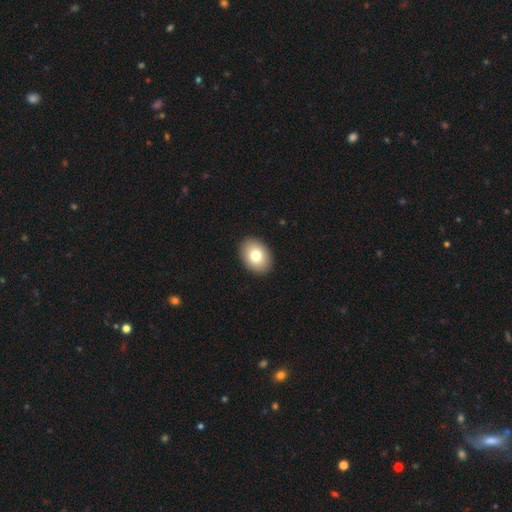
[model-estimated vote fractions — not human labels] A smooth galaxy with no disk features (79%) that is in between round and cigar-shaped (74%). Merging: none (92%).